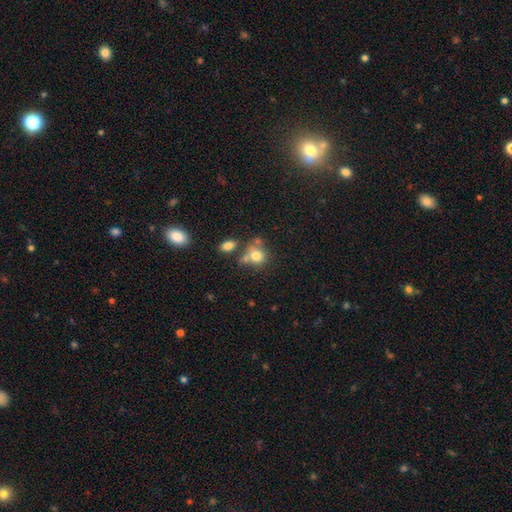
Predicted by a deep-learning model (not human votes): Smooth or featured? smooth (75%)
How rounded? round (67%)
Merging? none (47%)